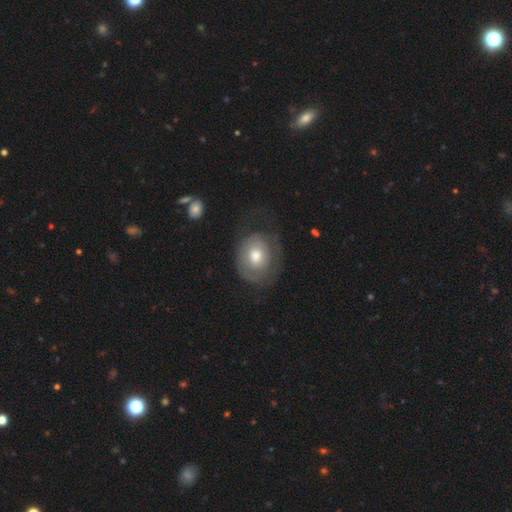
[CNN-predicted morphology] The model was most divided on "smooth or featured": smooth: 49%, featured or disk: 44%, star or artifact: 7%. More confident: merging — none (53%).